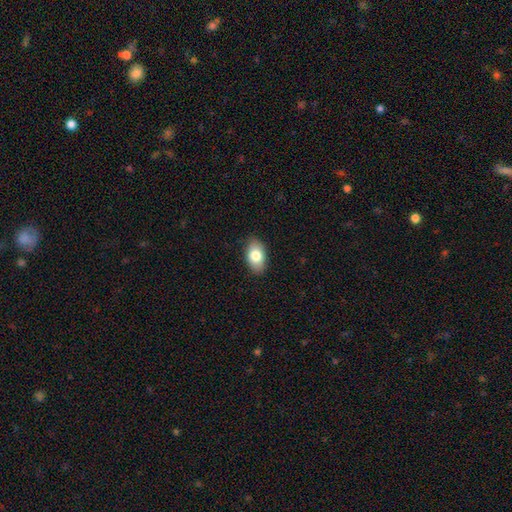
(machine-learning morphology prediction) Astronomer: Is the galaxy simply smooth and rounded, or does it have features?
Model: smooth — 81%.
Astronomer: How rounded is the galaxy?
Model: in between — 91%.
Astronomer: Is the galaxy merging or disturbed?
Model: none — 87%.